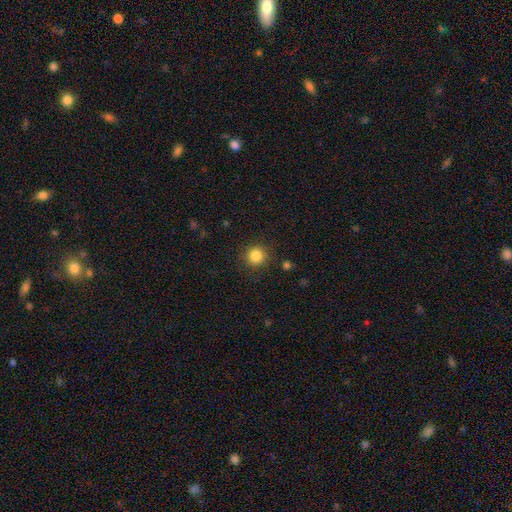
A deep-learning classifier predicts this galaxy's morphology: type=smooth (84%); roundness=round (92%); merging=none (89%).